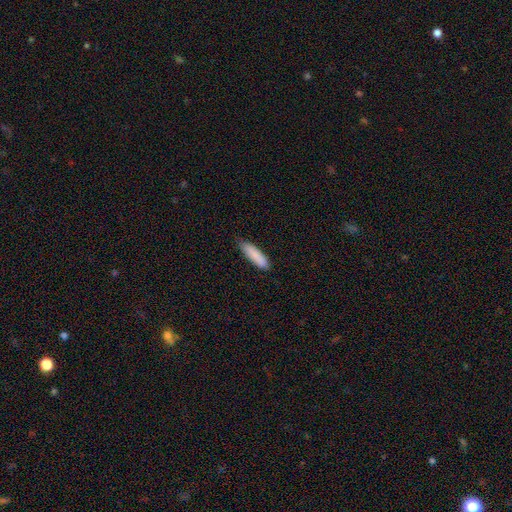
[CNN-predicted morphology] type=smooth (87%); roundness=cigar-shaped (65%); merging=none (75%).